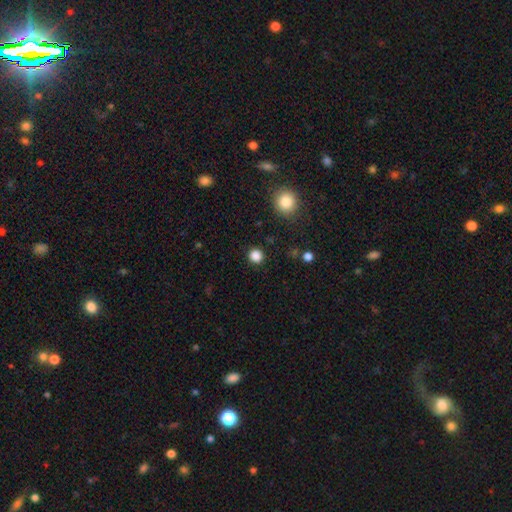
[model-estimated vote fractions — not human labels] A smooth galaxy with no disk features (84%) that is round (92%).

Vote fractions:
- Smooth or featured? smooth: 84% / star or artifact: 13% / featured or disk: 3%
- How rounded? round: 92% / in between: 7% / cigar-shaped: 1%
- Merging? none: 90% / minor disturbance: 6% / major disturbance: 3% / merger: 2%